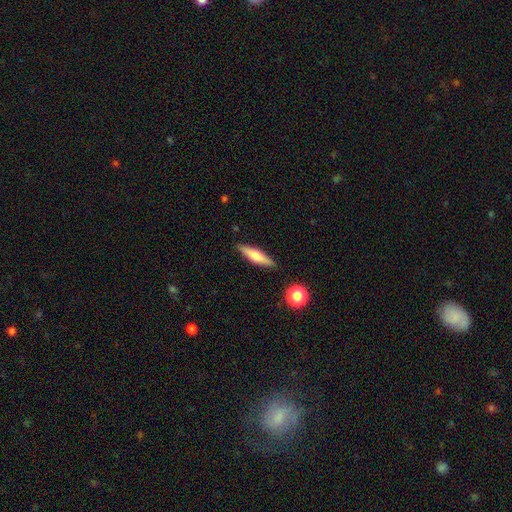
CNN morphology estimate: A smooth galaxy with no disk features (55%) that is cigar-shaped (78%). Merging: none (88%).